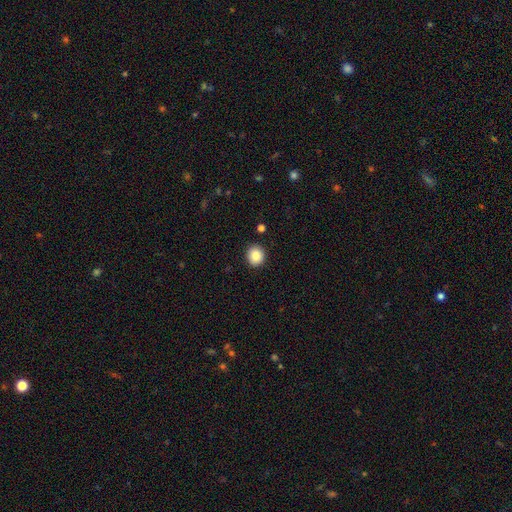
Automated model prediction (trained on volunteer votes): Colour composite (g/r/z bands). It shows a smooth galaxy with no disk features (87%) that is round (78%). Merging: none (91%).